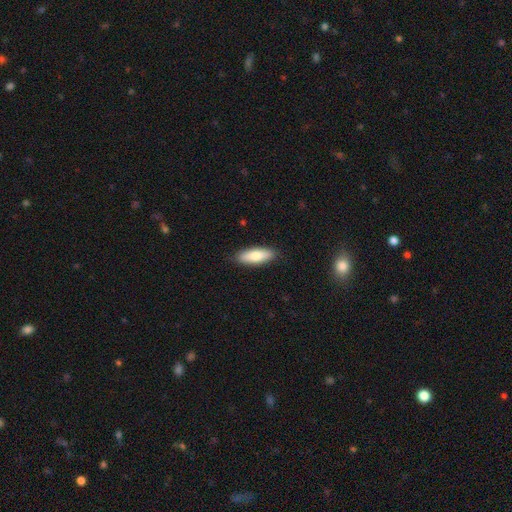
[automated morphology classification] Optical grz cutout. It shows a smooth galaxy with no disk features (76%) that is in between round and cigar-shaped (62%). Merging: none (88%).